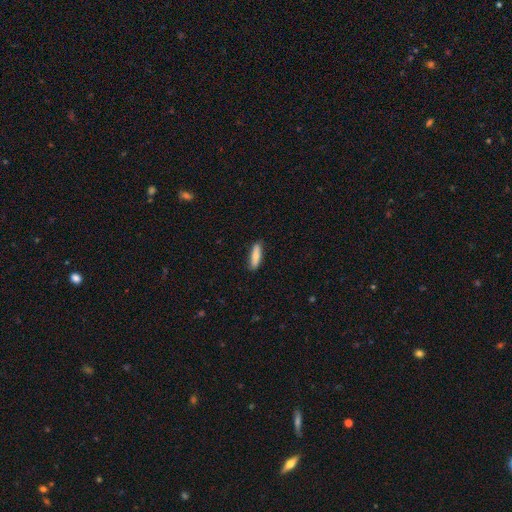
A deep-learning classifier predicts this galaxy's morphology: The model was most divided on "how rounded": cigar-shaped: 67%, in between: 31%, round: 2%. More confident: merging — none (86%); smooth or featured — smooth (80%).